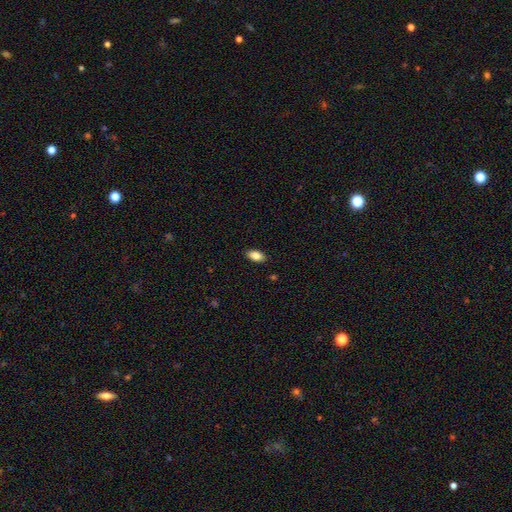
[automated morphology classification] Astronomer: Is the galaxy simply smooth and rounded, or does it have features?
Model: smooth — 85%.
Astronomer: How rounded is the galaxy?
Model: in between — 91%.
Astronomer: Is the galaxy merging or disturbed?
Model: none — 88%.